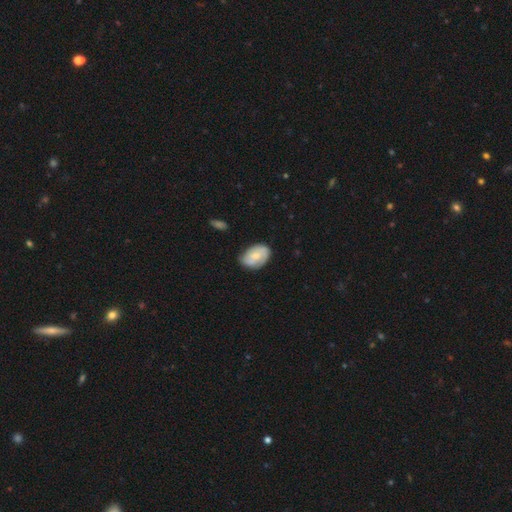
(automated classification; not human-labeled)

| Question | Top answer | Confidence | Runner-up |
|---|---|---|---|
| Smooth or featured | smooth | 52% | featured or disk (42%) |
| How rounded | in between | 85% | round (14%) |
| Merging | none | 70% | minor disturbance (24%) |